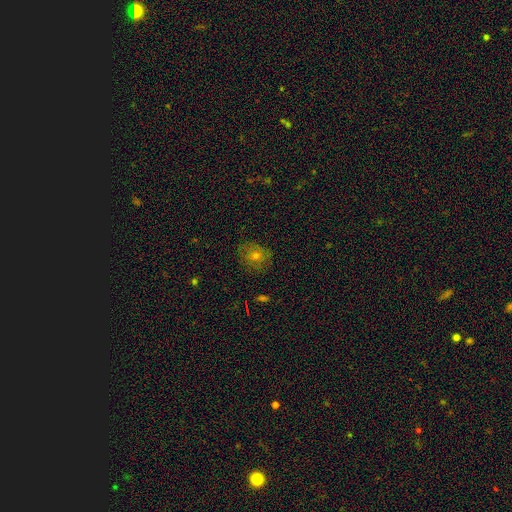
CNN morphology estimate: Overall: smooth (58%; featured or disk 24%). How rounded: round (72%). Merging: none (78%).